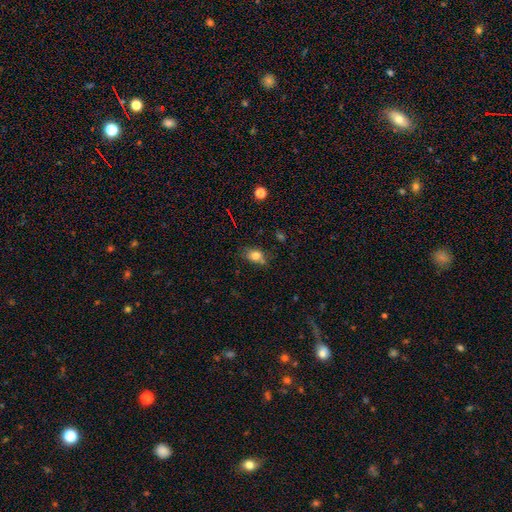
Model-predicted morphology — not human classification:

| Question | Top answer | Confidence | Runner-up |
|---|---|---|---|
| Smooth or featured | smooth | 79% | star or artifact (12%) |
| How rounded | in between | 68% | round (30%) |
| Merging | none | 61% | minor disturbance (23%) |